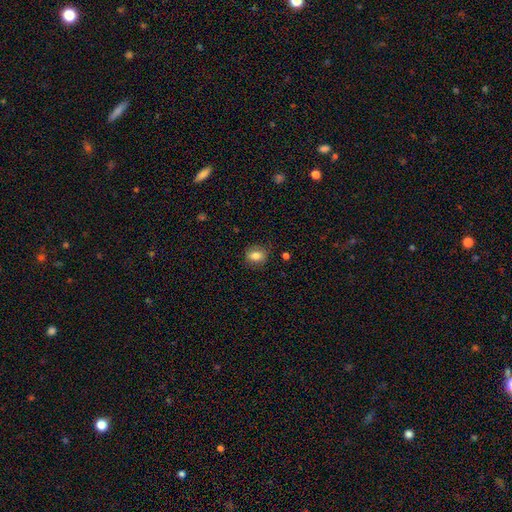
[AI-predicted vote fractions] Overall: smooth (78%). How rounded: in between (50%; round 49%). Merging: none (78%).